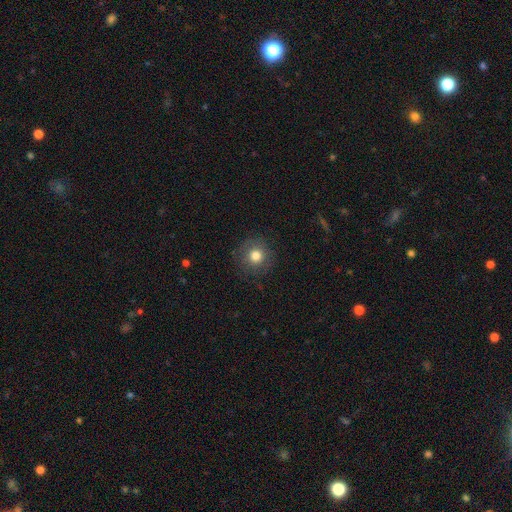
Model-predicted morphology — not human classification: smooth 79%, star or artifact 12%, featured or disk 9%. Down the decision tree: how rounded — round (93%); merging — none (87%).